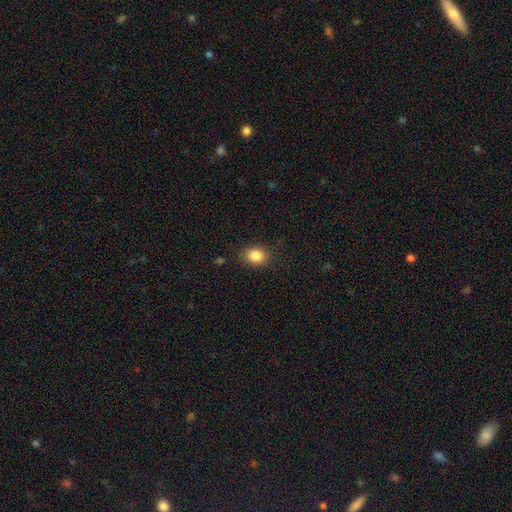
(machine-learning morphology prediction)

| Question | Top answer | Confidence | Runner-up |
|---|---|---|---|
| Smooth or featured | smooth | 86% | star or artifact (9%) |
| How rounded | round | 51% | in between (48%) |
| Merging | none | 83% | minor disturbance (12%) |